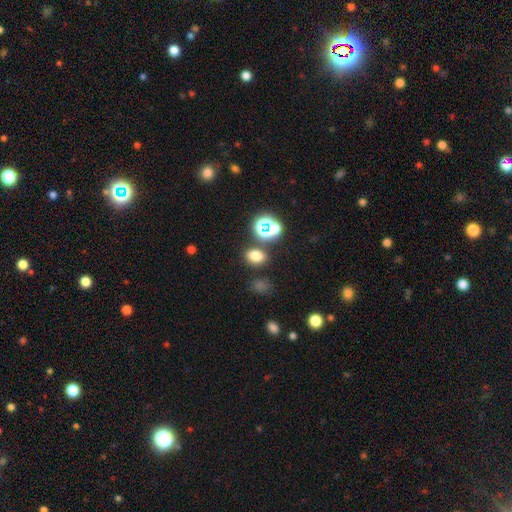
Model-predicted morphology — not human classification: type=smooth (73%); roundness=in between (68%); merging=none (79%).